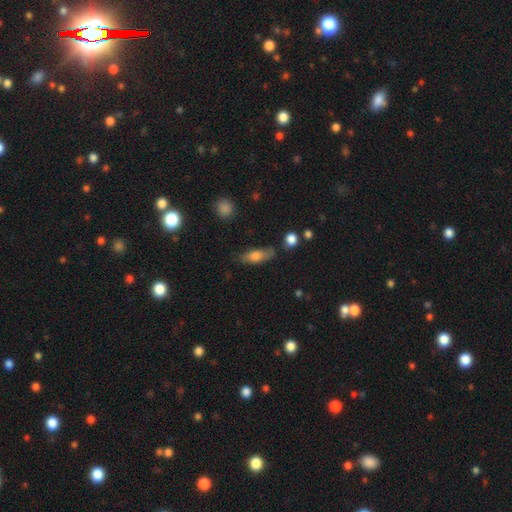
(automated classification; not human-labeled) This appears to be a smooth galaxy with no disk features (71%) that is in between round and cigar-shaped (68%). Merging: none (71%).